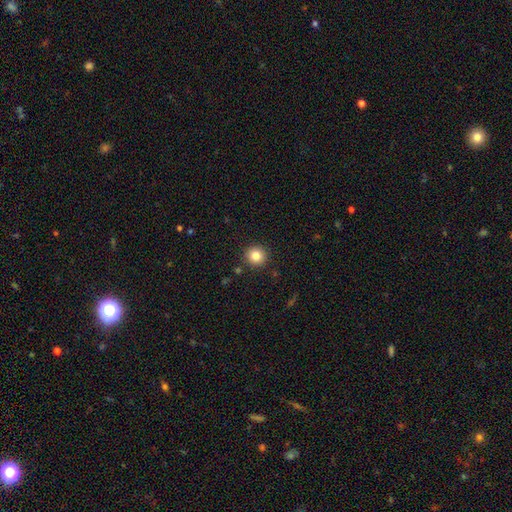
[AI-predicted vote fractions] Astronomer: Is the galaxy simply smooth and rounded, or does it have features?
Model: smooth — 83%.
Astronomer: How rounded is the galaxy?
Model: round — 94%.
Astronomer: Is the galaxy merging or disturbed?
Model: none — 91%.